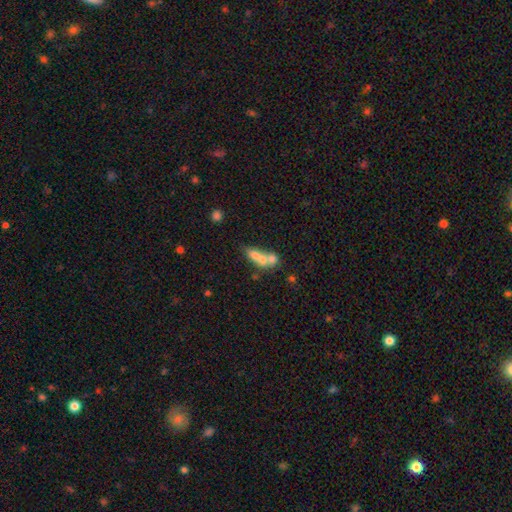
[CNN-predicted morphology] This is possibly a smooth galaxy (58%). How rounded: possibly in between (56%). Merging: likely merger (63%).